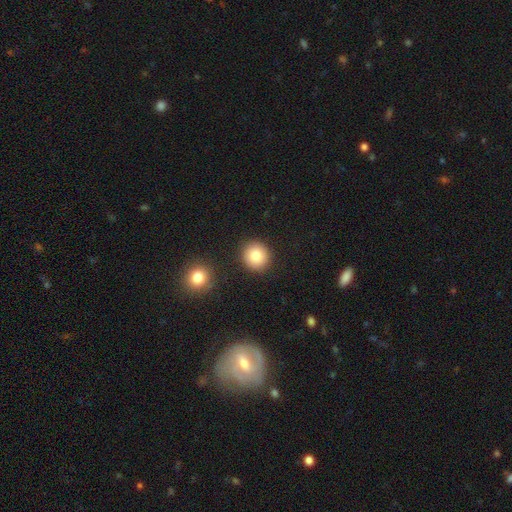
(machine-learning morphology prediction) Smooth or featured: smooth — 85% (star or artifact — 9%)
How rounded: round — 89% (in between — 10%)
Merging: none — 88% (minor disturbance — 7%)